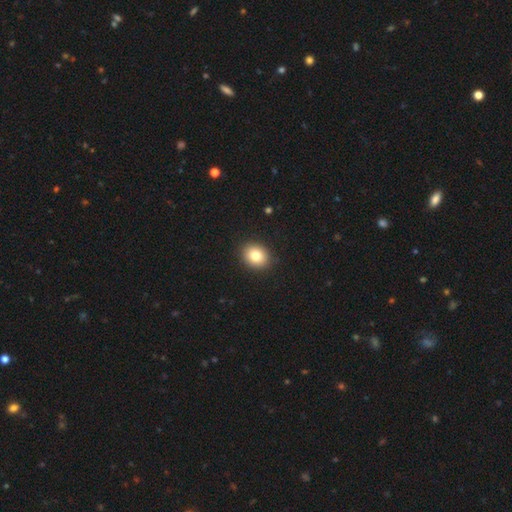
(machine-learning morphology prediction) Overall: smooth (81%). How rounded: round (55%; in between 44%). Merging: none (91%).